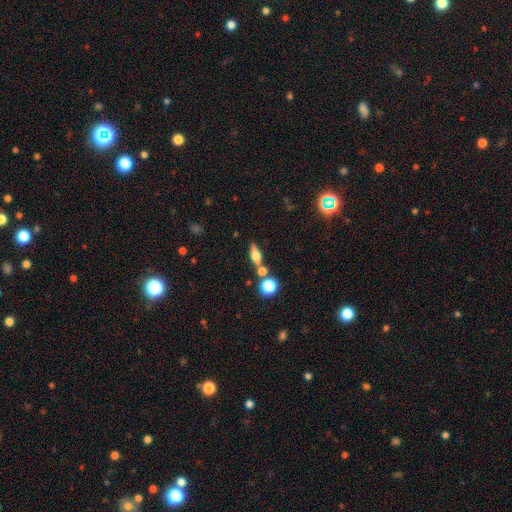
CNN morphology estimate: This appears to be a smooth galaxy with no disk features (48%). Merging: none (69%).